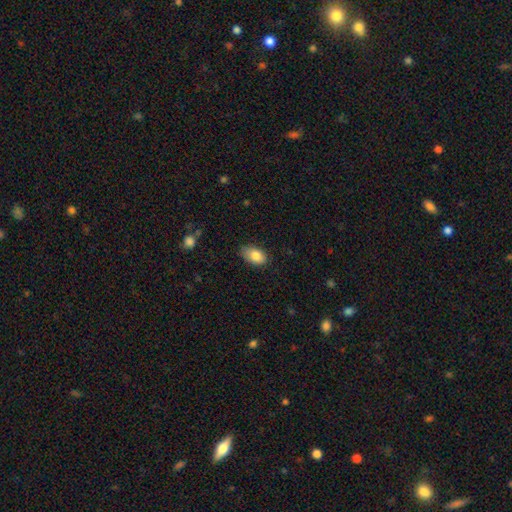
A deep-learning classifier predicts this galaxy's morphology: This appears to be a smooth galaxy with no disk features (84%) that is in between round and cigar-shaped (91%). Merging: none (76%).